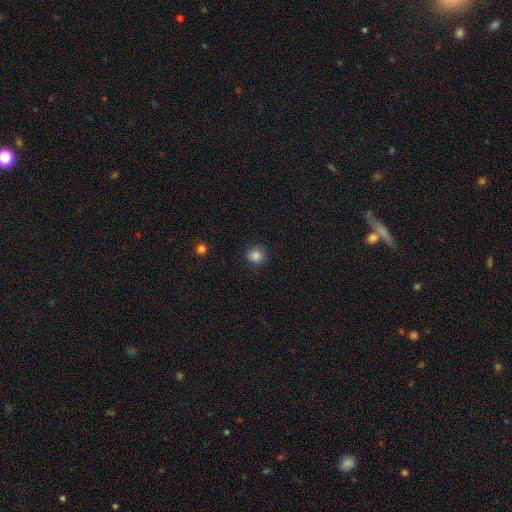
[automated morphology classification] smooth-or-featured: smooth: 85% | star or artifact: 11% | featured or disk: 4%
  how-rounded: round: 91% | in between: 8% | cigar-shaped: 1%
  merging: none: 88% | minor disturbance: 8% | major disturbance: 2% | merger: 1%